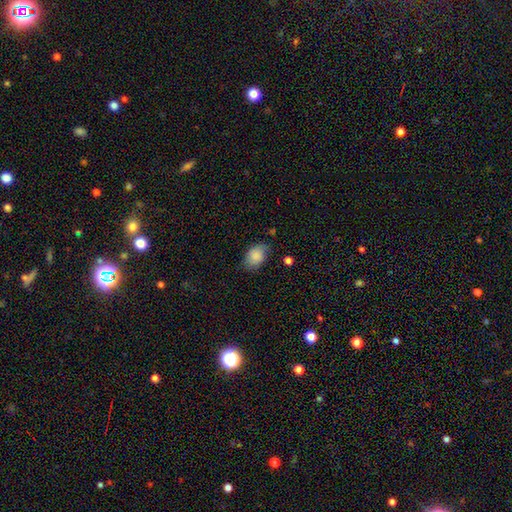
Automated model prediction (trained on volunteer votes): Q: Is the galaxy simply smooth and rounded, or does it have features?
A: smooth — 87%.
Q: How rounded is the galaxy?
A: in between — 82%.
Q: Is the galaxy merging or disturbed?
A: none — 70%.